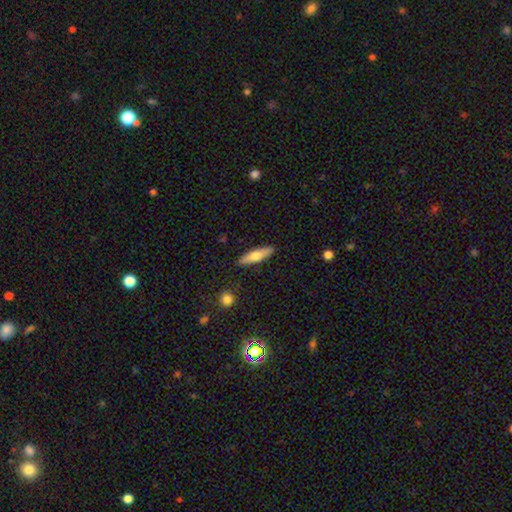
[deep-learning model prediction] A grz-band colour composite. It shows a smooth galaxy with no disk features (60%) that is cigar-shaped (68%). Merging: none (89%).